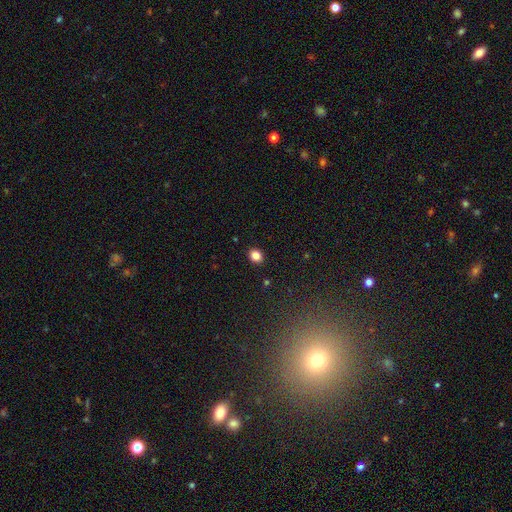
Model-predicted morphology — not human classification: type=smooth (84%); roundness=round (55%); merging=none (91%).